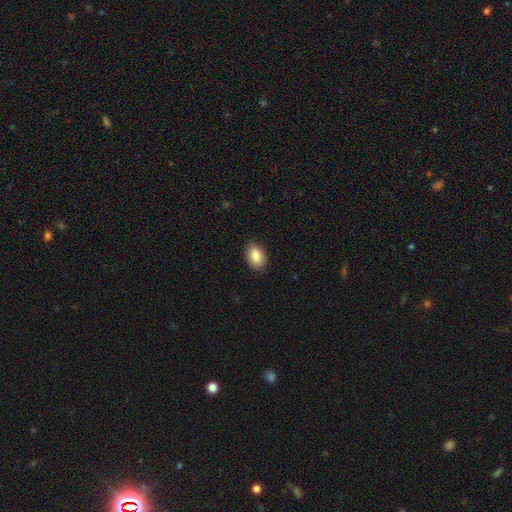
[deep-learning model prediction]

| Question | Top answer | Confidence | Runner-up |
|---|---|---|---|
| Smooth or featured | smooth | 87% | star or artifact (7%) |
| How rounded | in between | 89% | round (10%) |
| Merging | none | 87% | minor disturbance (10%) |